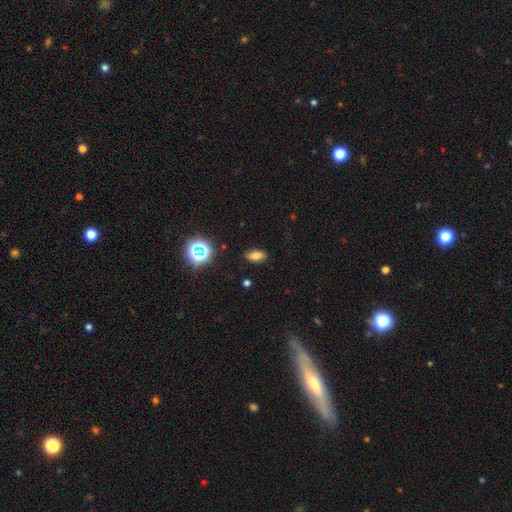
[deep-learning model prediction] Smooth or featured: smooth — 72% (star or artifact — 17%)
How rounded: in between — 86% (round — 8%)
Merging: none — 87% (minor disturbance — 9%)